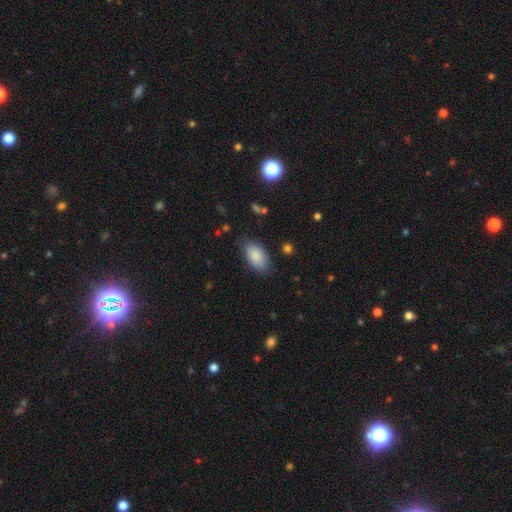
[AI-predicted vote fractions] Smooth or featured? Predicted: smooth (p=0.87). How rounded? Predicted: in between (p=0.93). Merging? Predicted: none (p=0.79).